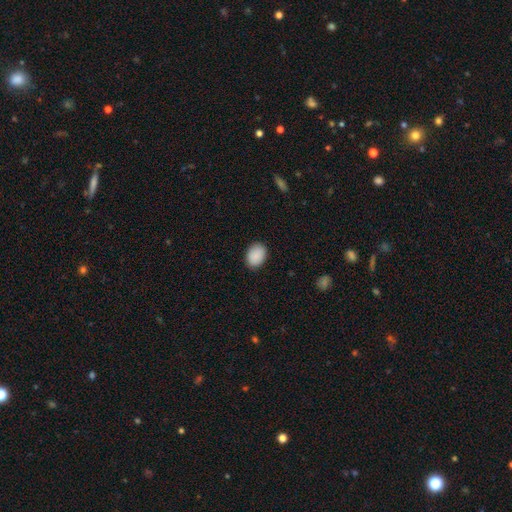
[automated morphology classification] Q: Smooth or featured?
A: smooth (90%); runner-up: star or artifact (7%)
Q: How rounded?
A: in between (75%); runner-up: round (24%)
Q: Merging?
A: none (87%); runner-up: minor disturbance (10%)